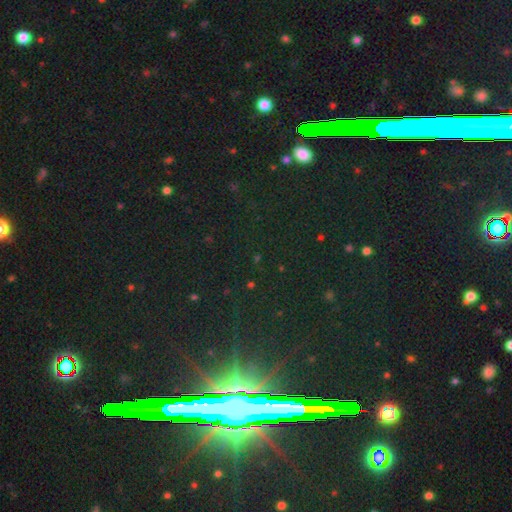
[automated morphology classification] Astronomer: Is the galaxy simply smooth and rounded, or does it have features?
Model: star or artifact — 80%.